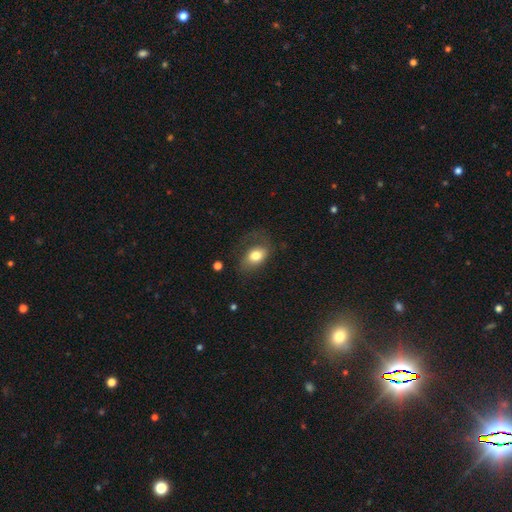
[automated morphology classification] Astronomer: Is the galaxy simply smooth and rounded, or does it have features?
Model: smooth — 75%.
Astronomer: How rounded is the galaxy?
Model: in between — 83%.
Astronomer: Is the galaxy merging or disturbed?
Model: none — 49% (runner-up: minor disturbance, 26%).